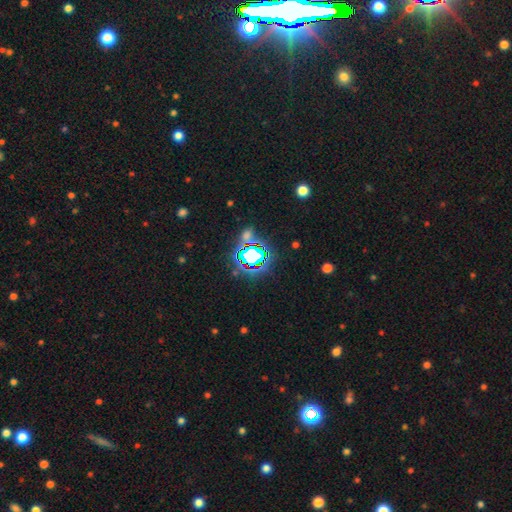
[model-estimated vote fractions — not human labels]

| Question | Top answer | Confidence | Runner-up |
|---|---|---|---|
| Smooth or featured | star or artifact | 72% | smooth (18%) |